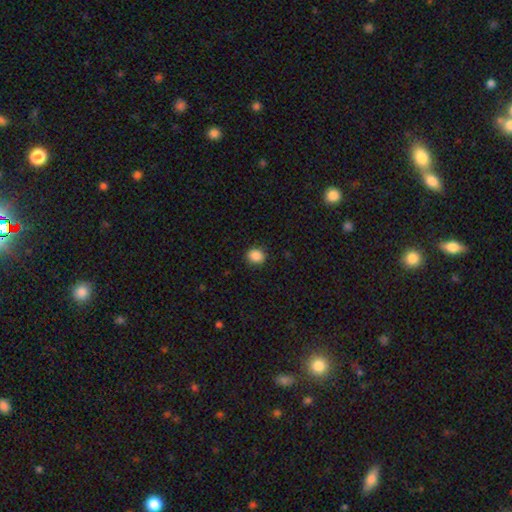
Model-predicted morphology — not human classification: This is clearly a smooth galaxy (88%). How rounded: likely round (67%). Merging: clearly none (87%).